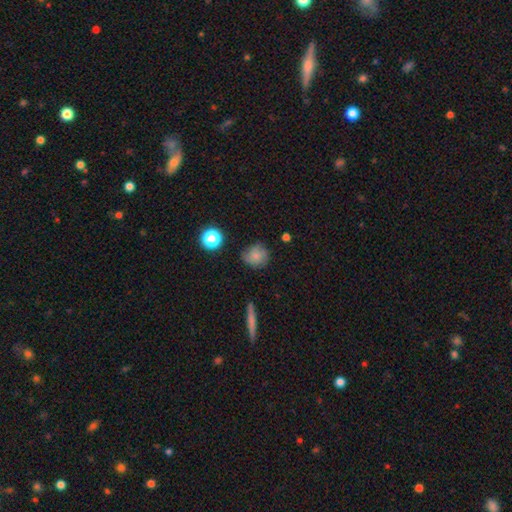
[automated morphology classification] Smooth or featured? Predicted: smooth (p=0.74). How rounded? Predicted: round (p=0.82). Merging? Predicted: none (p=0.68).